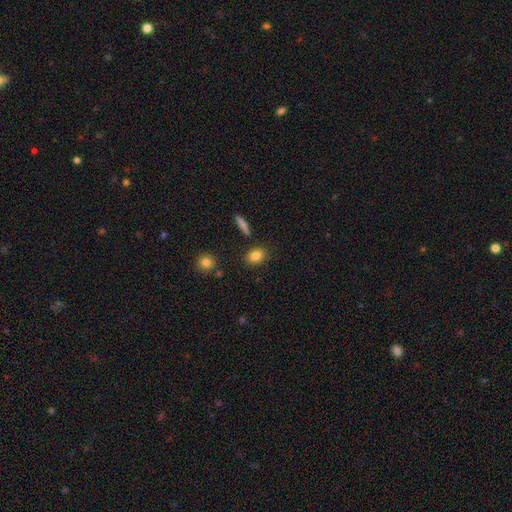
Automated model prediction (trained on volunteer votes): Smooth or featured: smooth — 84% (star or artifact — 10%)
How rounded: in between — 55% (round — 43%)
Merging: none — 85% (minor disturbance — 9%)